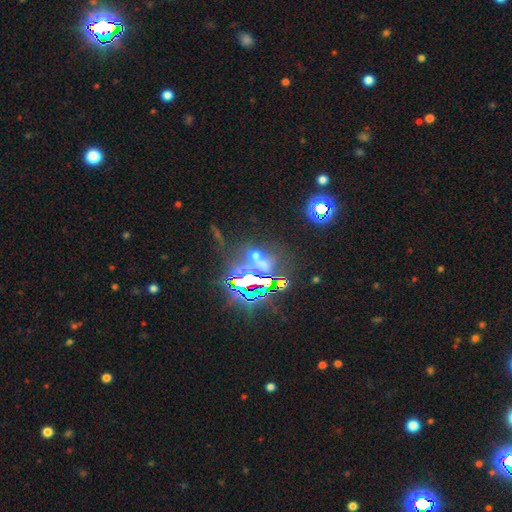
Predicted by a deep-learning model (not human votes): smooth_or_featured: star or artifact (p=0.77) [alt: smooth p=0.13]